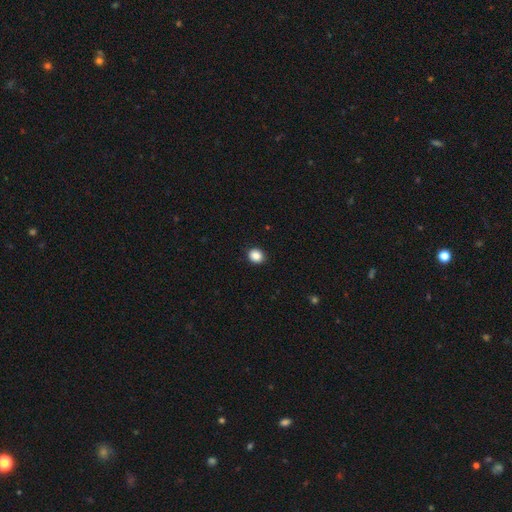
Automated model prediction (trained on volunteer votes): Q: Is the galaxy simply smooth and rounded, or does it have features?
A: smooth — 88%.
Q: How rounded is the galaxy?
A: round — 70%.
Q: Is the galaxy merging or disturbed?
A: none — 91%.